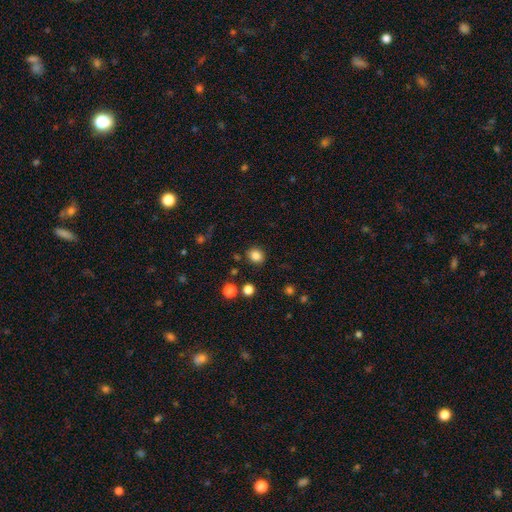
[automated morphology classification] This is clearly a smooth galaxy (84%). How rounded: likely round (76%). Merging: clearly none (86%).